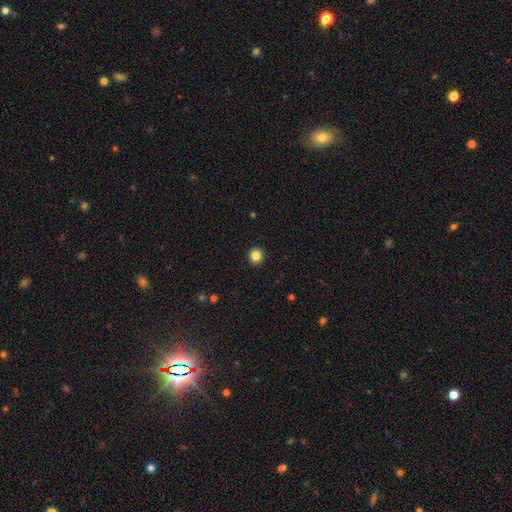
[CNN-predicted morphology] Smooth or featured: smooth — 84% (star or artifact — 12%)
How rounded: round — 95% (in between — 4%)
Merging: none — 94% (minor disturbance — 4%)